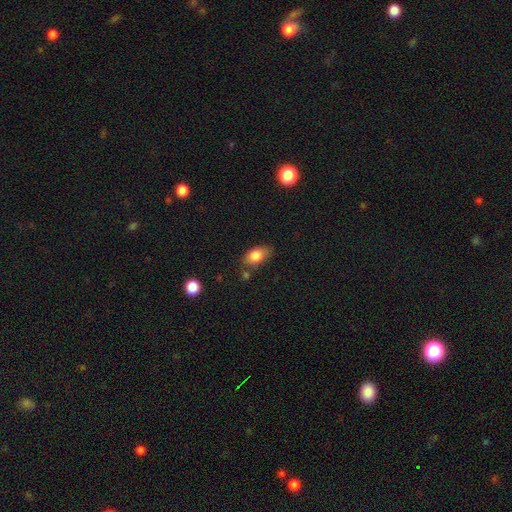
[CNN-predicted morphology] A smooth galaxy with no disk features (82%) that is in between round and cigar-shaped (88%). Merging: none (70%).